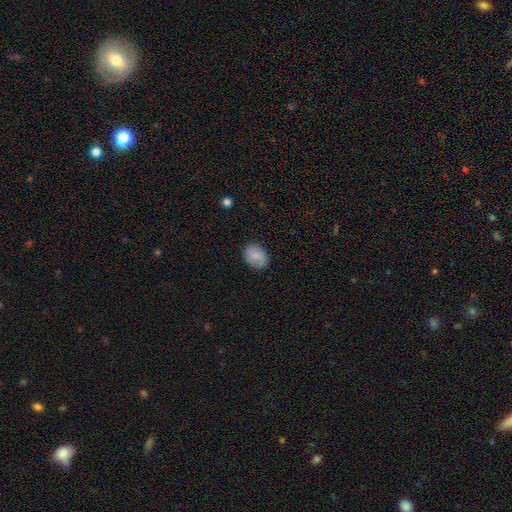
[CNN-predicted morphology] A smooth galaxy with no disk features (84%) that is in between round and cigar-shaped (67%). Merging: none (86%).